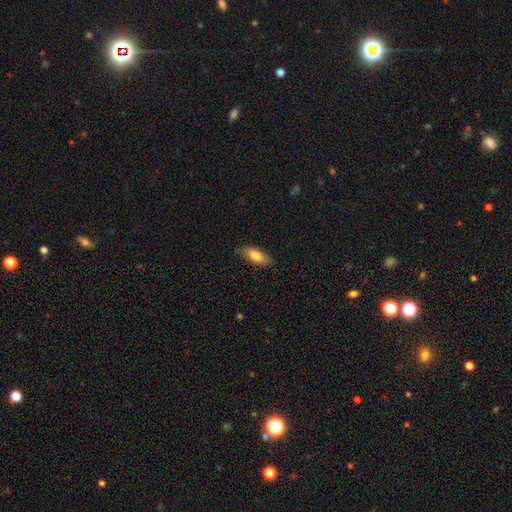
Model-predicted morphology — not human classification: type=smooth (76%); roundness=in between (75%); merging=none (81%).